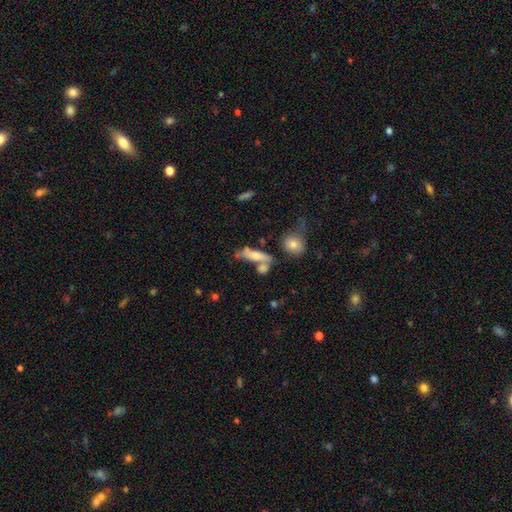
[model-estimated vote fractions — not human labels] This appears to be a smooth galaxy with no disk features (62%) that is cigar-shaped (54%). Merging: none (42%).